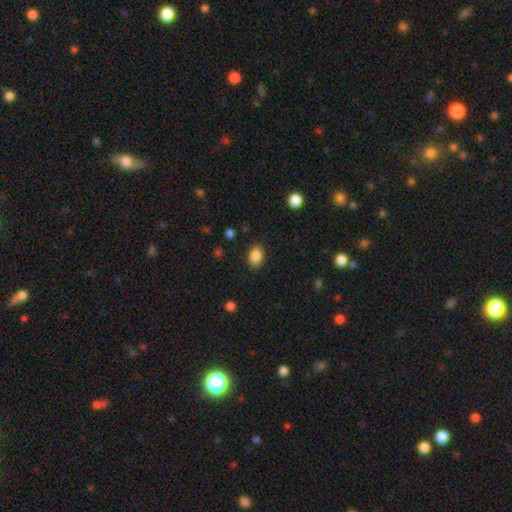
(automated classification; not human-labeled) Overall: smooth (87%). How rounded: in between (79%). Merging: none (87%).